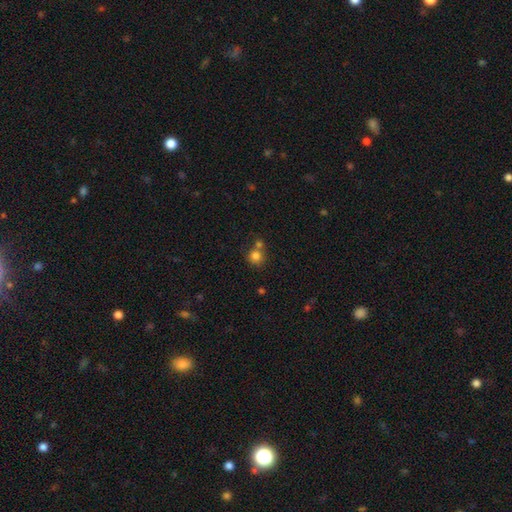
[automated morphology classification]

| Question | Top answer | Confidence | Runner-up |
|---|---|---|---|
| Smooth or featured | smooth | 81% | star or artifact (12%) |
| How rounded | round | 89% | in between (10%) |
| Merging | none | 56% | merger (32%) |